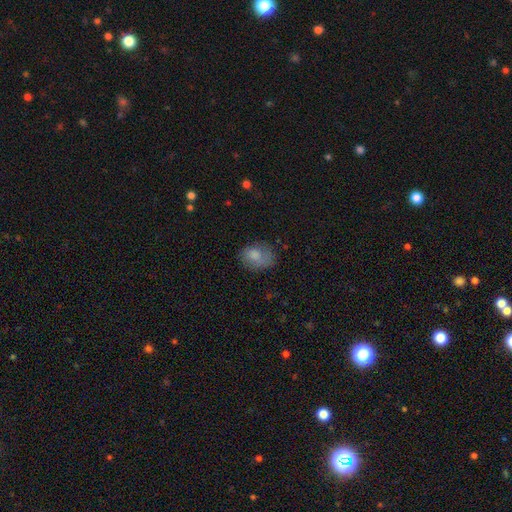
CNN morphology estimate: Smooth or featured? smooth (78%)
How rounded? in between (67%)
Merging? none (56%)